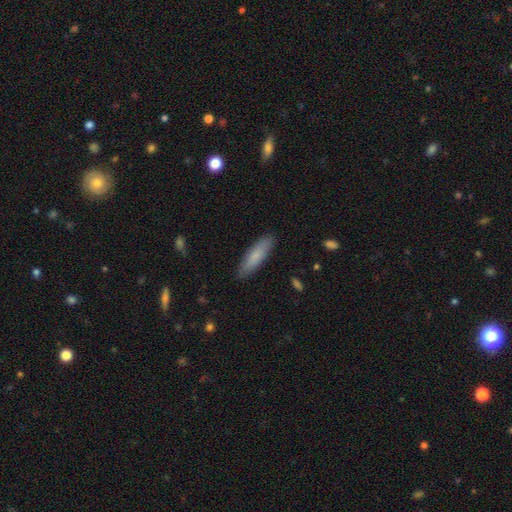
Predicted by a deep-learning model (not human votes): Smooth or featured? Predicted: smooth (p=0.79). How rounded? Predicted: cigar-shaped (p=0.67). Merging? Predicted: none (p=0.88).